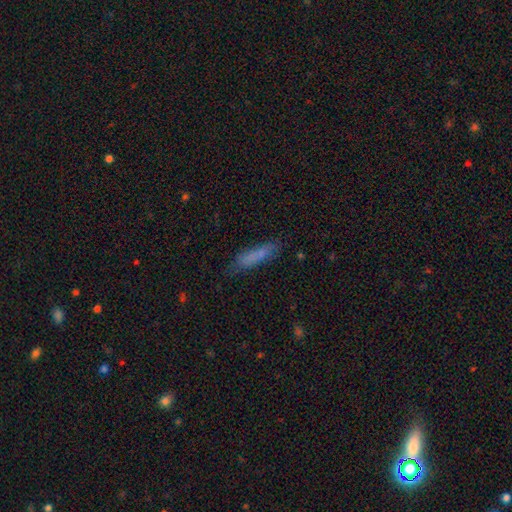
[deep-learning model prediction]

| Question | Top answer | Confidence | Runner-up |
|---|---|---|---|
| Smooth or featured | smooth | 76% | featured or disk (16%) |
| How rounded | cigar-shaped | 80% | in between (19%) |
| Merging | none | 74% | minor disturbance (19%) |